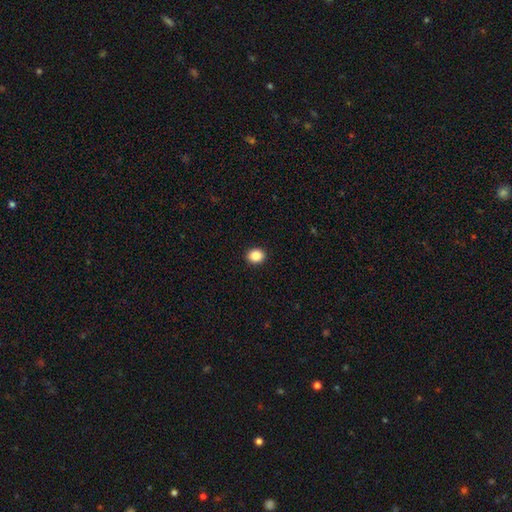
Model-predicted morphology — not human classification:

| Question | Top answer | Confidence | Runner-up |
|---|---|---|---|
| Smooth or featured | smooth | 88% | star or artifact (9%) |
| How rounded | round | 71% | in between (28%) |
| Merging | none | 93% | minor disturbance (5%) |